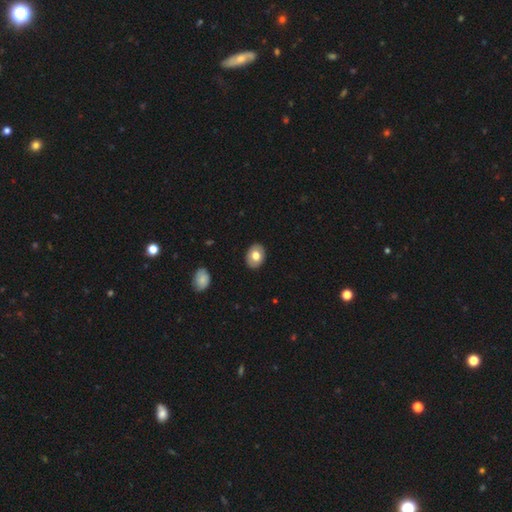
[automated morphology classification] Smooth or featured: smooth — 73% (featured or disk — 20%)
How rounded: in between — 68% (round — 31%)
Merging: none — 89% (minor disturbance — 8%)